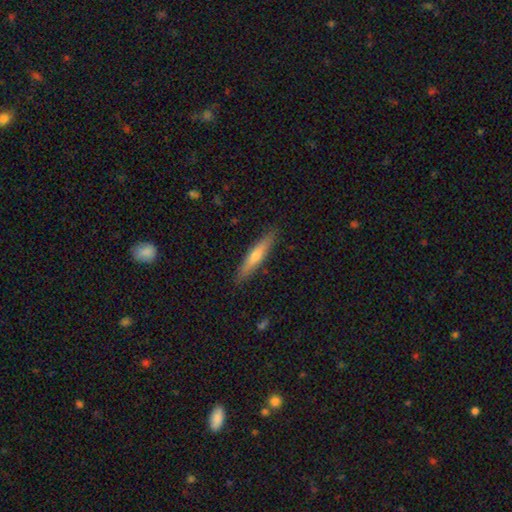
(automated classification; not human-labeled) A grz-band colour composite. It shows a featured or disk galaxy (51%) viewed edge-on (93%). Merging: none (90%).